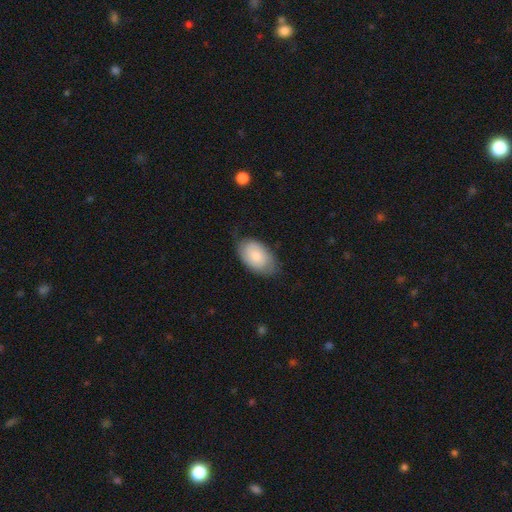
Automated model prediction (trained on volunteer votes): smooth-or-featured: smooth: 64% | featured or disk: 30% | star or artifact: 6%
  how-rounded: in between: 93% | round: 6% | cigar-shaped: 1%
  merging: none: 67% | minor disturbance: 24% | major disturbance: 7% | merger: 1%